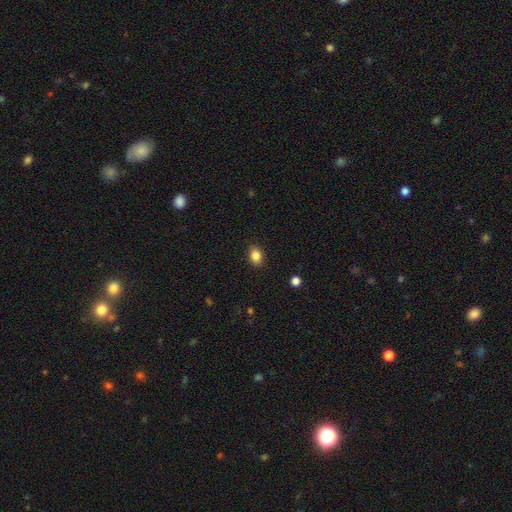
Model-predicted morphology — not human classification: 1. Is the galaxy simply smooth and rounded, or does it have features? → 86% smooth, 9% star or artifact, 4% featured or disk.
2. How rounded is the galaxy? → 68% in between, 31% round, 1% cigar-shaped.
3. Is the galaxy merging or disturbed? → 89% none, 8% minor disturbance, 2% major disturbance, 1% merger.